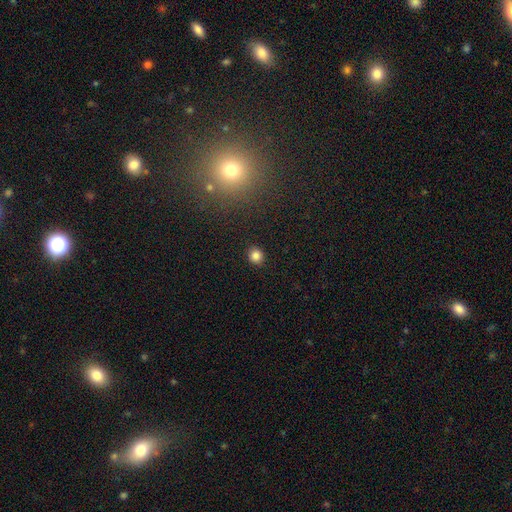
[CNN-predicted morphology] type=smooth (83%); roundness=round (87%); merging=none (91%).